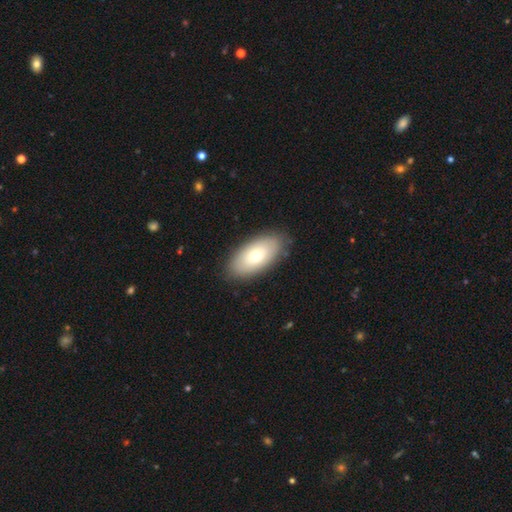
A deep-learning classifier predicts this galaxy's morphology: Overall: smooth (69%). How rounded: in between (92%). Merging: none (86%).